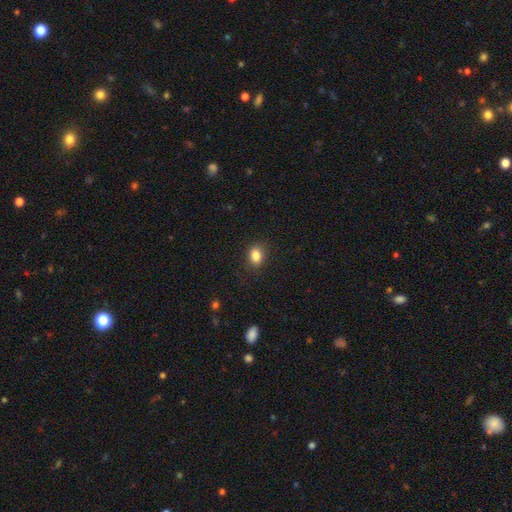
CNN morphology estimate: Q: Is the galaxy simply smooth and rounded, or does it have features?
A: smooth — 85%.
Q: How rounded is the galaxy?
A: in between — 60%.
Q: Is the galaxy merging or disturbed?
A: none — 86%.